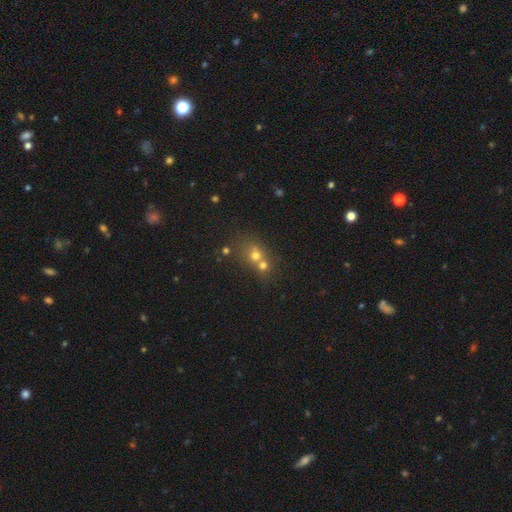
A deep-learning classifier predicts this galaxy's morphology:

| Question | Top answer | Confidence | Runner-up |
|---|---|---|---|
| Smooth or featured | smooth | 61% | star or artifact (20%) |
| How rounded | round | 73% | in between (26%) |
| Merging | merger | 58% | none (32%) |